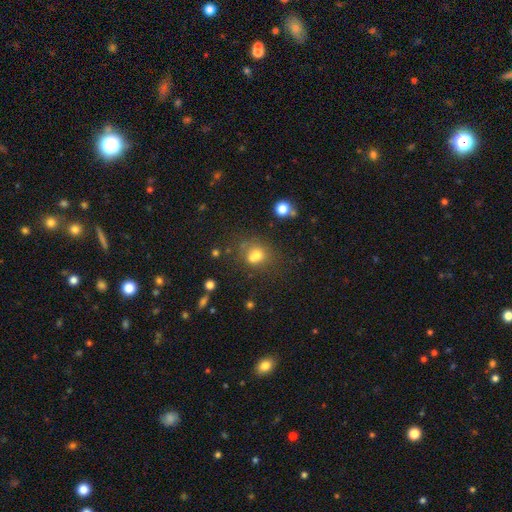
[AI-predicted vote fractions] smooth_or_featured: smooth (p=0.69) [alt: star or artifact p=0.16]
how_rounded: round (p=0.70) [alt: in between p=0.29]
merging: none (p=0.41) [alt: merger p=0.39]